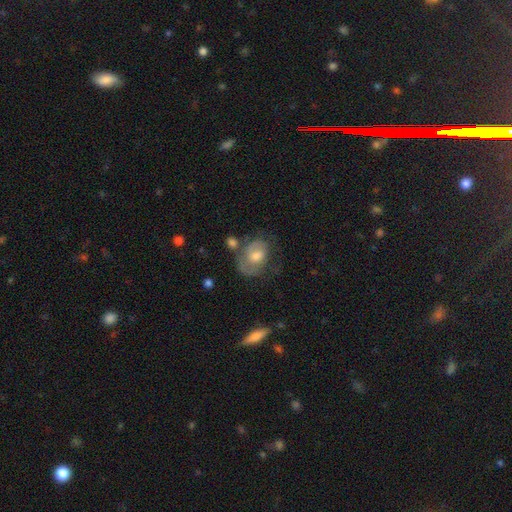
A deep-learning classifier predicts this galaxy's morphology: smooth_or_featured: featured or disk (p=0.53) [alt: smooth p=0.39]
disk_edge_on: no (p=0.95) [alt: yes p=0.05]
merging: none (p=0.49) [alt: minor disturbance p=0.24]